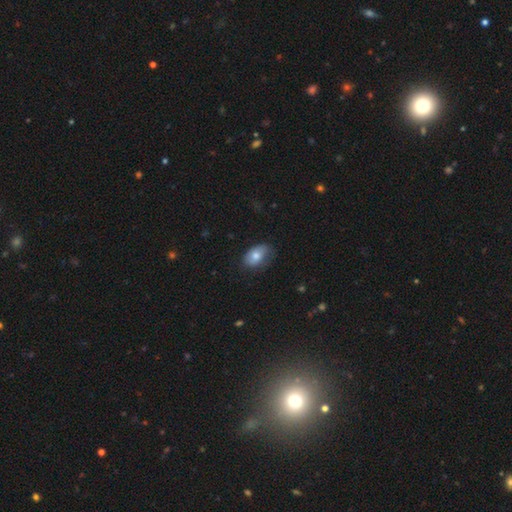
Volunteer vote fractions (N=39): A smooth galaxy with no disk features (72%) that is in between round and cigar-shaped (93%).

Vote fractions:
- Smooth or featured? smooth: 72% / featured or disk: 18% / star or artifact: 10%
- How rounded? in between: 93% / round: 4% / cigar-shaped: 4%
- Merging? none: 49% / minor disturbance: 40% / major disturbance: 11% / merger: 0%